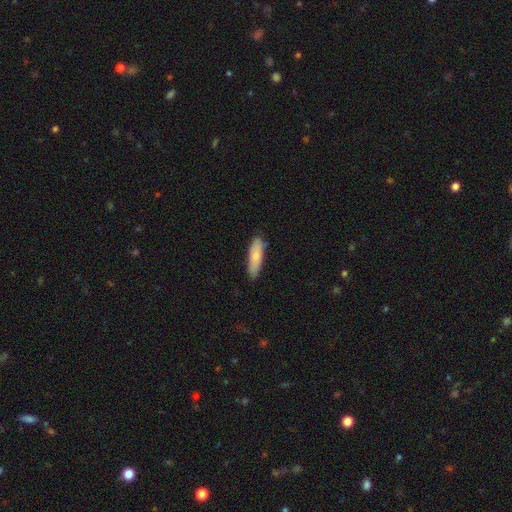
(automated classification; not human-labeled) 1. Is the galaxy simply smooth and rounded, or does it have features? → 80% smooth, 15% featured or disk, 6% star or artifact.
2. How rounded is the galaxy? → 60% cigar-shaped, 38% in between, 2% round.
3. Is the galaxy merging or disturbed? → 83% none, 14% minor disturbance, 2% major disturbance, 1% merger.